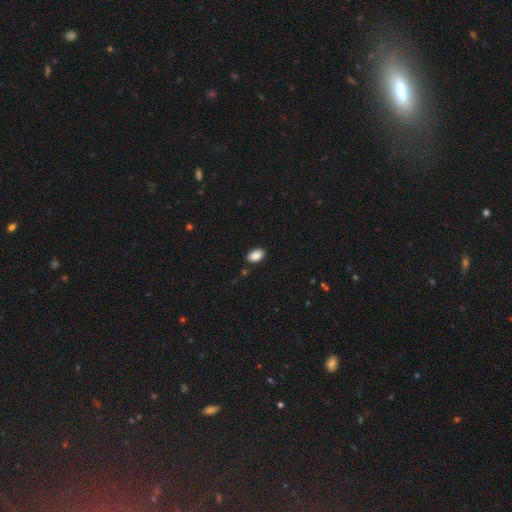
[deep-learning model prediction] A smooth galaxy with no disk features (89%) that is in between round and cigar-shaped (94%). Merging: none (88%).